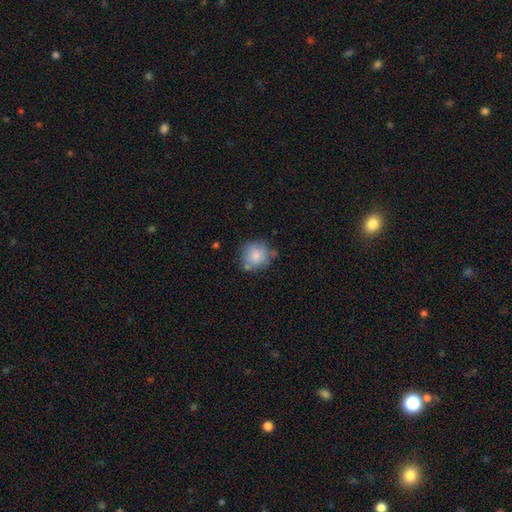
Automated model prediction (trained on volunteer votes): smooth-or-featured: smooth: 80% | featured or disk: 11% | star or artifact: 9%
  how-rounded: round: 89% | in between: 10% | cigar-shaped: 1%
  merging: none: 70% | minor disturbance: 18% | merger: 8% | major disturbance: 4%